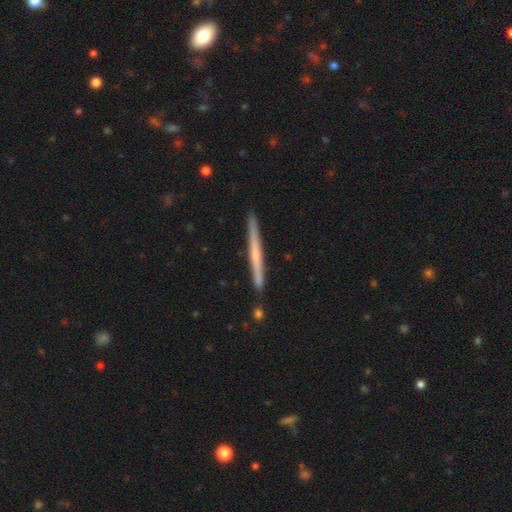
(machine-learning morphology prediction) Smooth or featured?
  - featured or disk: 54% *
  - smooth: 40%
  - star or artifact: 5%
Edge-on disk?
  - yes: 97% *
  - no: 3%
Edge-on bulge?
  - none: 68% *
  - rounded: 27%
  - boxy: 5%
Merging?
  - none: 90% *
  - minor disturbance: 7%
  - merger: 2%
  - major disturbance: 1%